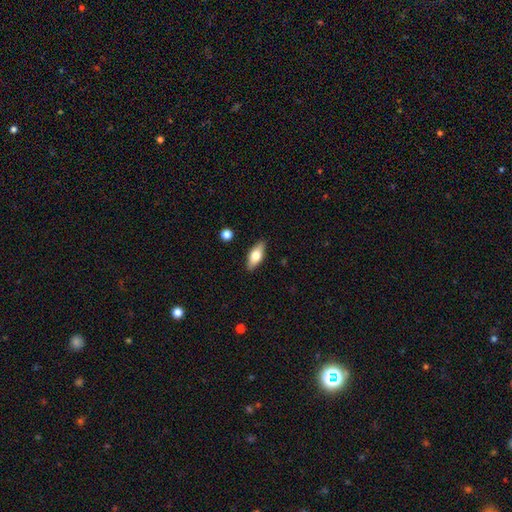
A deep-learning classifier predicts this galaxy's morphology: Smooth or featured: smooth — 67% (featured or disk — 26%)
How rounded: in between — 79% (cigar-shaped — 18%)
Merging: none — 87% (minor disturbance — 9%)